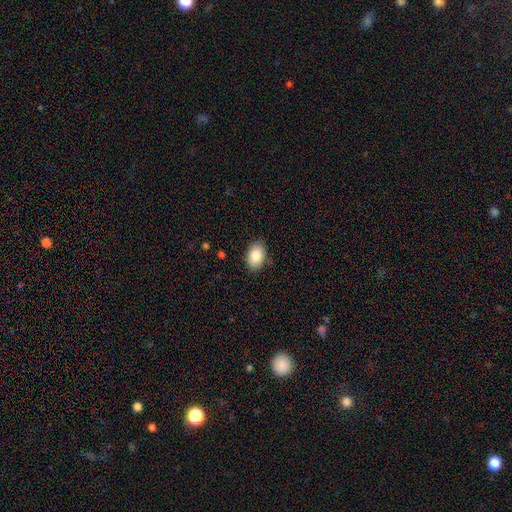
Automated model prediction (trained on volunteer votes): This appears to be a smooth galaxy with no disk features (87%) that is in between round and cigar-shaped (88%). Merging: none (87%).